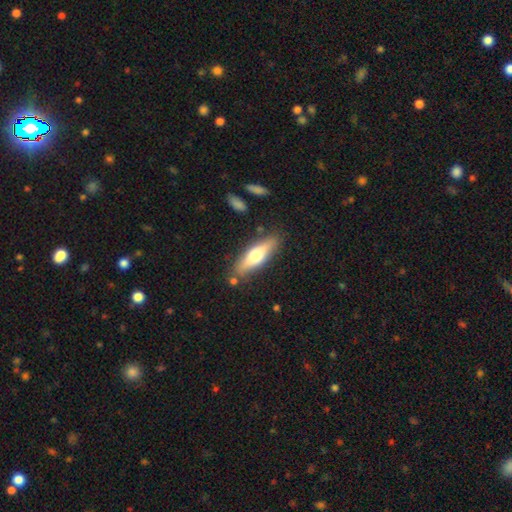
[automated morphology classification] This is possibly a smooth galaxy (56%). How rounded: likely cigar-shaped (60%). Merging: clearly none (81%).